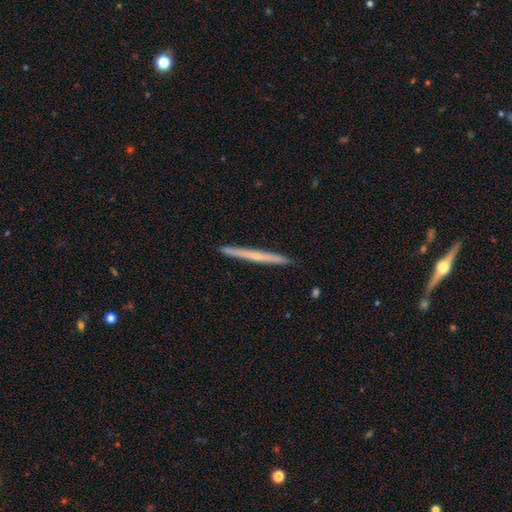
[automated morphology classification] Q: Smooth or featured?
A: featured or disk (53%); runner-up: smooth (41%)
Q: Edge-on disk?
A: yes (98%); runner-up: no (2%)
Q: Edge-on bulge?
A: none (67%); runner-up: rounded (29%)
Q: Merging?
A: none (93%); runner-up: minor disturbance (5%)